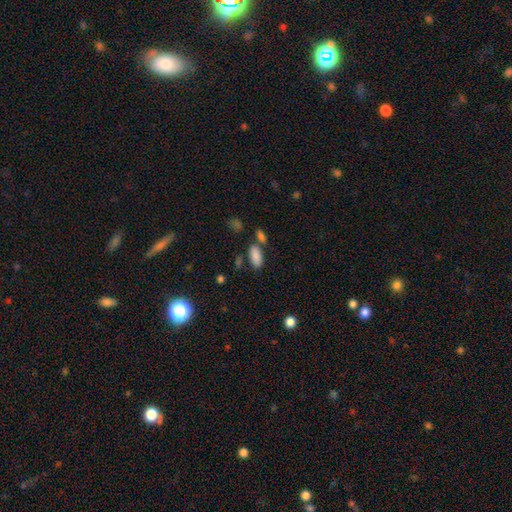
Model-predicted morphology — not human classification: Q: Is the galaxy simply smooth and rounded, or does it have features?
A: smooth — 86%.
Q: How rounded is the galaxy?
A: in between — 90%.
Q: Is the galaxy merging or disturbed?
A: none — 66%.